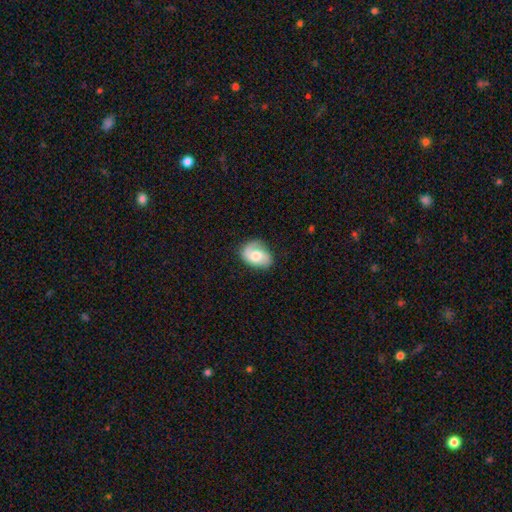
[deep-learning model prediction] Smooth or featured? featured or disk (52%)
Edge-on disk? no (96%)
Bar? no (67%)
Spiral arms? yes (87%)
Bulge size? moderate (62%)
Merging? none (66%)